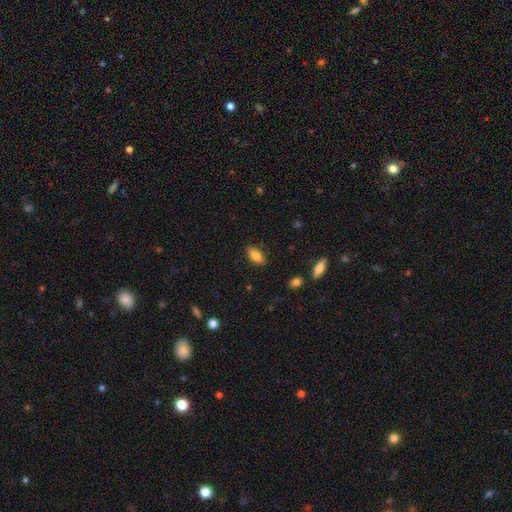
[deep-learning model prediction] Smooth or featured? smooth (79%)
How rounded? in between (77%)
Merging? none (84%)